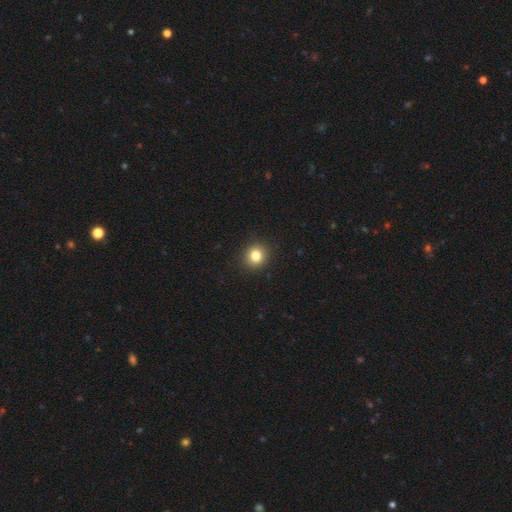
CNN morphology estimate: smooth-or-featured: smooth: 82% | star or artifact: 11% | featured or disk: 7%
  how-rounded: round: 87% | in between: 12% | cigar-shaped: 1%
  merging: none: 92% | minor disturbance: 5% | major disturbance: 2% | merger: 1%